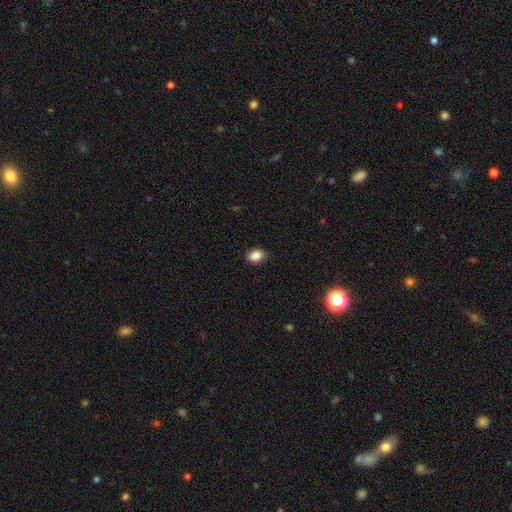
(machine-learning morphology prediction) smooth-or-featured: smooth: 87% | star or artifact: 9% | featured or disk: 4%
  how-rounded: in between: 64% | round: 35% | cigar-shaped: 1%
  merging: none: 87% | minor disturbance: 10% | major disturbance: 2% | merger: 1%